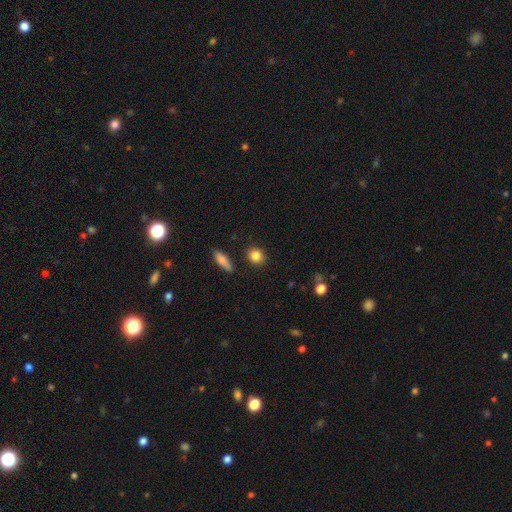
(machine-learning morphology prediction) smooth_or_featured: smooth (p=0.85) [alt: star or artifact p=0.09]
how_rounded: round (p=0.75) [alt: in between p=0.23]
merging: none (p=0.88) [alt: minor disturbance p=0.08]